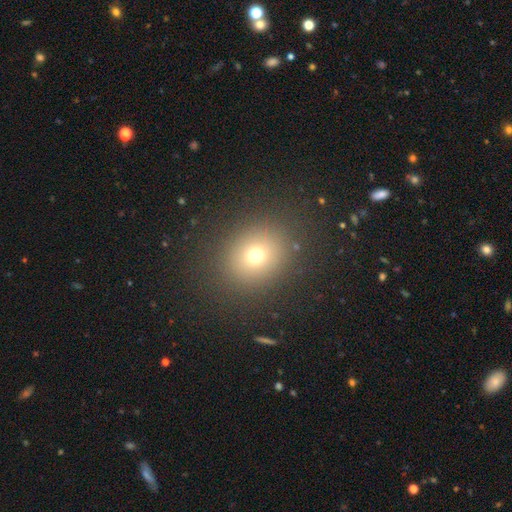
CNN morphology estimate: type=smooth (70%); roundness=round (66%); merging=none (87%).